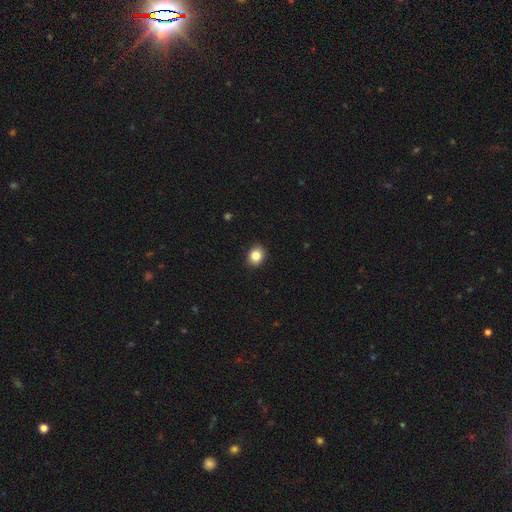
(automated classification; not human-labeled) smooth 85%, star or artifact 10%, featured or disk 5%. Down the decision tree: how rounded — round (59%); merging — none (89%).